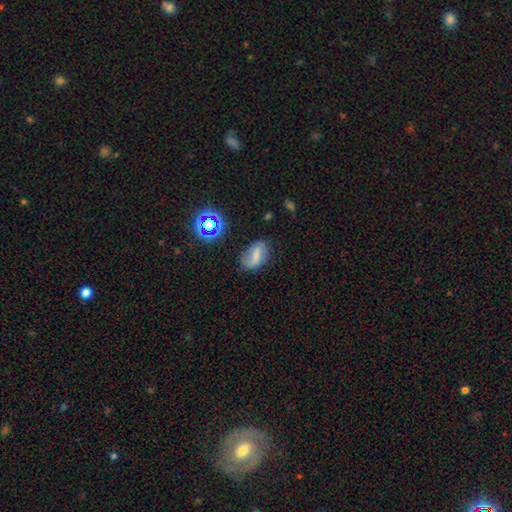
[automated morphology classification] Smooth or featured? smooth (53%)
How rounded? in between (86%)
Merging? none (68%)